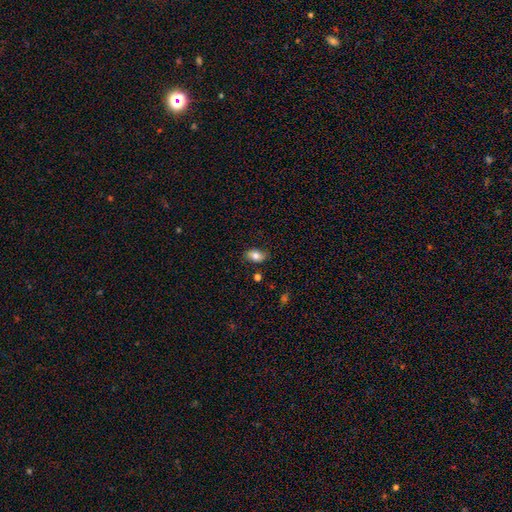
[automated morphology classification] smooth-or-featured: smooth: 79% | featured or disk: 13% | star or artifact: 8%
  how-rounded: in between: 89% | round: 9% | cigar-shaped: 2%
  merging: none: 81% | minor disturbance: 14% | major disturbance: 3% | merger: 2%